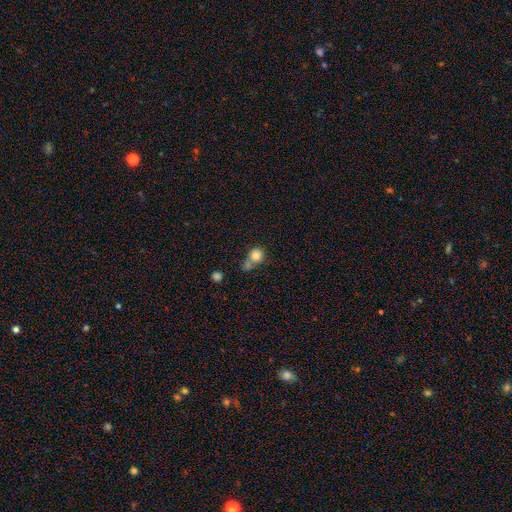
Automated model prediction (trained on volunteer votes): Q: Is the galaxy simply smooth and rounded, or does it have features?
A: smooth — 82%.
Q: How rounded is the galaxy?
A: round — 84%.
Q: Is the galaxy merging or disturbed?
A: none — 44%.